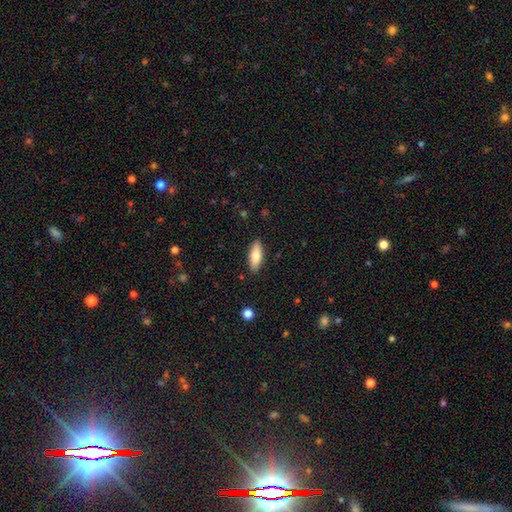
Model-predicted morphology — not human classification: Smooth or featured? smooth (80%)
How rounded? in between (71%)
Merging? none (88%)